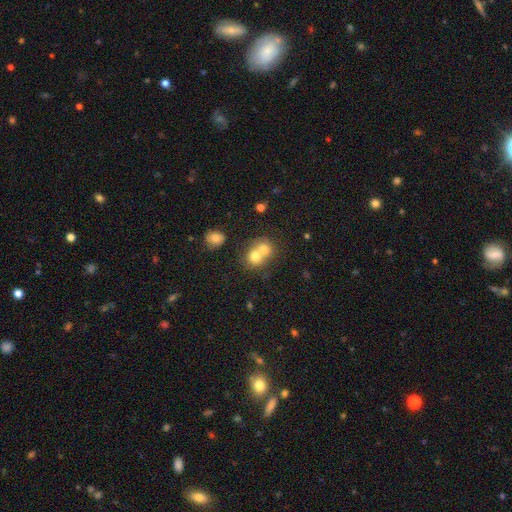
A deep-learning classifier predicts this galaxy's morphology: Smooth or featured: smooth — 70% (featured or disk — 19%)
How rounded: round — 72% (in between — 27%)
Merging: merger — 67% (none — 26%)